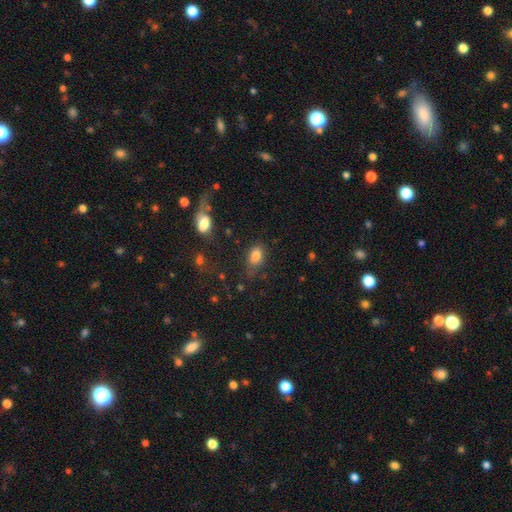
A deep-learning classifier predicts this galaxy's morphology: This is clearly a smooth galaxy (83%). How rounded: clearly in between (83%). Merging: likely none (67%).